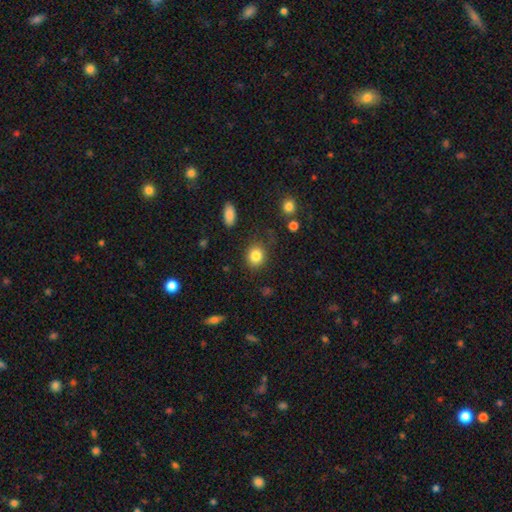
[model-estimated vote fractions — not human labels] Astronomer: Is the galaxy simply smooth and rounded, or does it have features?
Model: smooth — 84%.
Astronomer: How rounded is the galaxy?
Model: round — 70%.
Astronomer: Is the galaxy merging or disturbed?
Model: none — 81%.